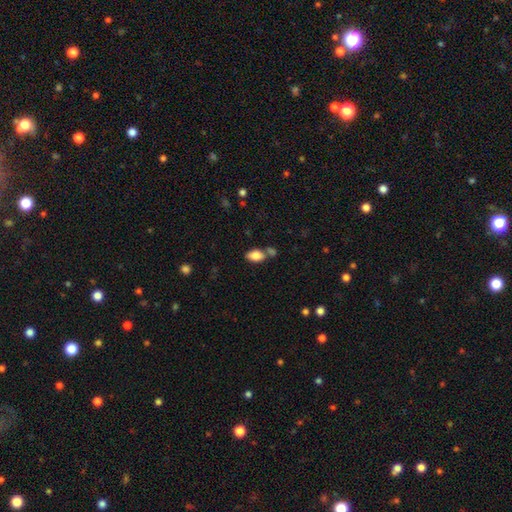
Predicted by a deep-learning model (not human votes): smooth_or_featured: smooth (p=0.83) [alt: featured or disk p=0.09]
how_rounded: in between (p=0.90) [alt: round p=0.07]
merging: none (p=0.55) [alt: merger p=0.26]